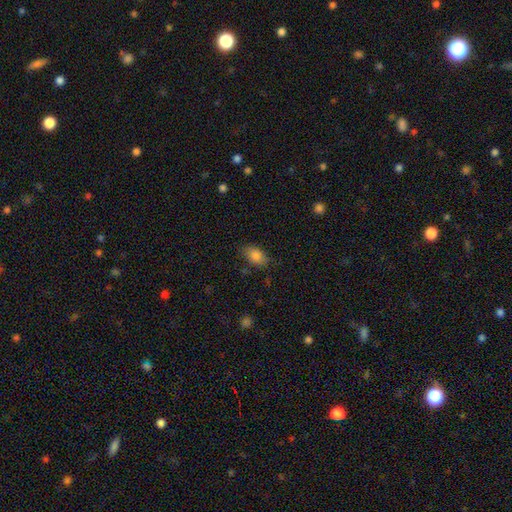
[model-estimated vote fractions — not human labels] A smooth galaxy with no disk features (84%) that is in between round and cigar-shaped (85%).

Vote fractions:
- Smooth or featured? smooth: 84% / star or artifact: 9% / featured or disk: 8%
- How rounded? in between: 85% / round: 13% / cigar-shaped: 2%
- Merging? none: 76% / minor disturbance: 18% / major disturbance: 4% / merger: 2%